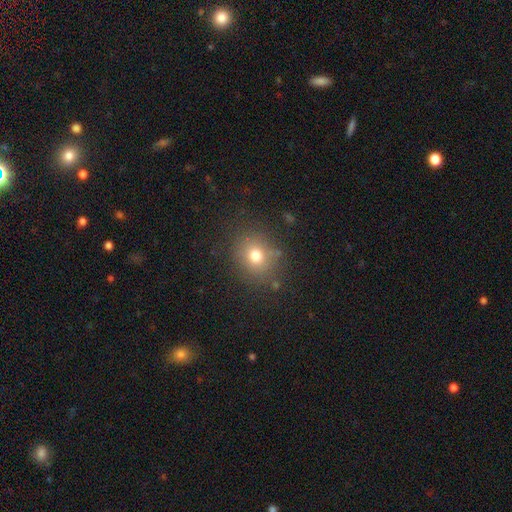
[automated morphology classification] smooth-or-featured: smooth: 74% | star or artifact: 15% | featured or disk: 11%
  how-rounded: round: 71% | in between: 28% | cigar-shaped: 1%
  merging: none: 82% | minor disturbance: 11% | major disturbance: 5% | merger: 2%